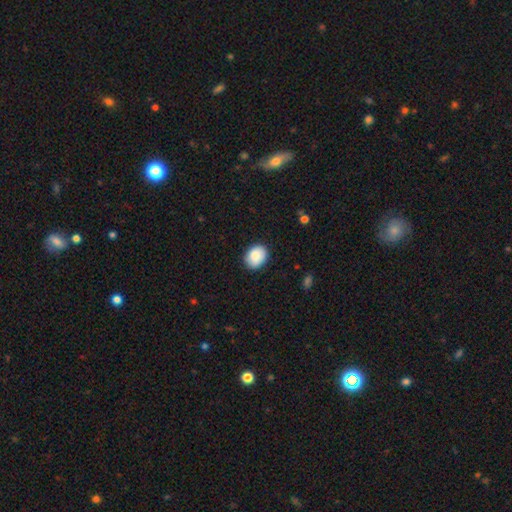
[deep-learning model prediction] Smooth or featured? Predicted: smooth (p=0.86). How rounded? Predicted: in between (p=0.54). Merging? Predicted: none (p=0.84).